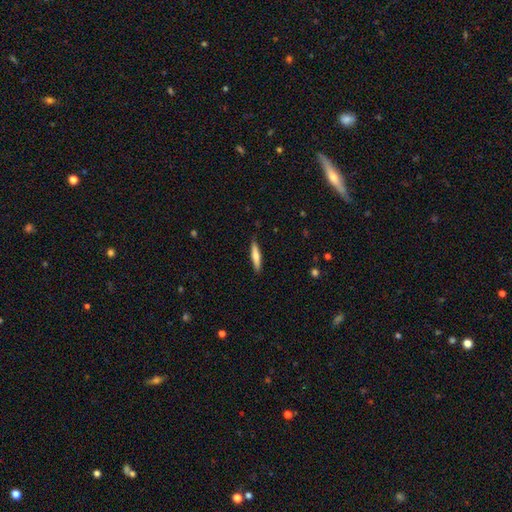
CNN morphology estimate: This appears to be a smooth galaxy with no disk features (68%) that is cigar-shaped (87%). Merging: none (87%).